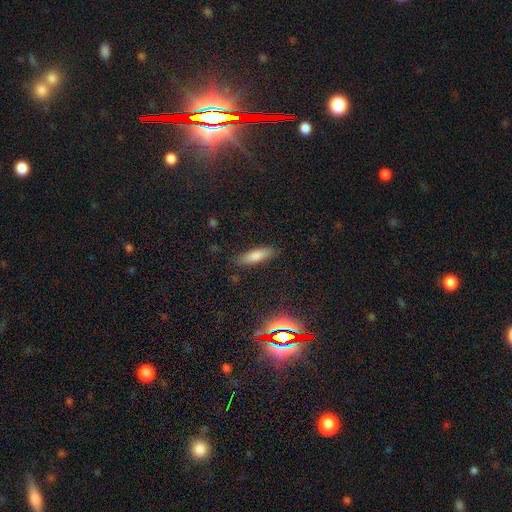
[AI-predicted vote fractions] Smooth or featured? smooth (74%)
How rounded? cigar-shaped (51%)
Merging? none (85%)